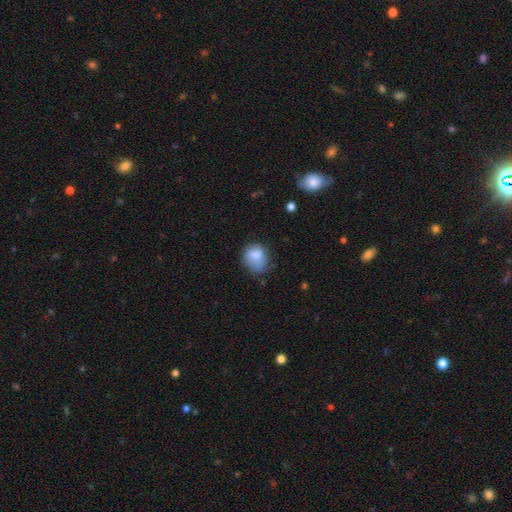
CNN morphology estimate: Overall: smooth (76%). How rounded: round (55%; in between 44%). Merging: none (46%; minor disturbance 35%).